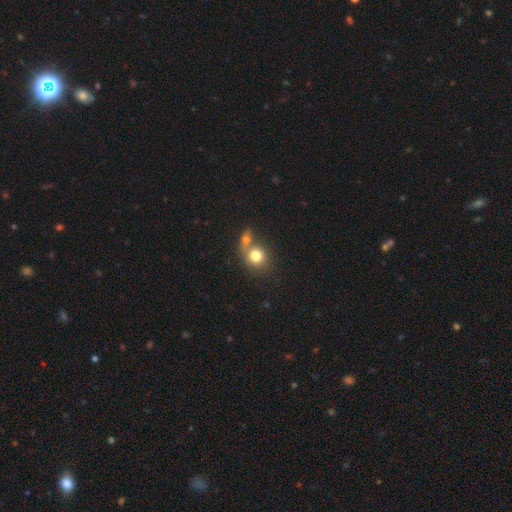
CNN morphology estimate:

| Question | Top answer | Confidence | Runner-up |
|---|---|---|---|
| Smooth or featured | smooth | 78% | featured or disk (12%) |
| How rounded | round | 77% | in between (21%) |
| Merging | merger | 50% | none (36%) |